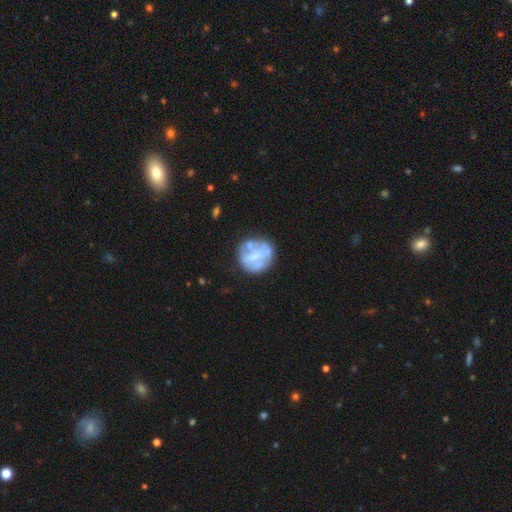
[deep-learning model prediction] Morphology: type=featured or disk (51%); edge-on=no (98%); bar=no (66%); spiral arms=no (78%); bulge=none (60%); merging=none (61%).